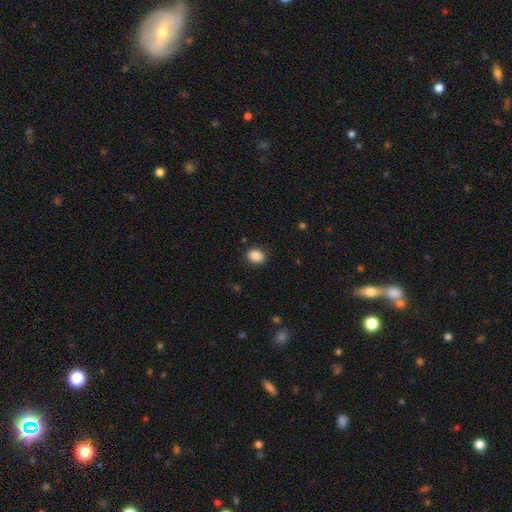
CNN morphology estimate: The model was most divided on "how rounded": in between: 69%, round: 30%, cigar-shaped: 1%. More confident: smooth or featured — smooth (88%); merging — none (87%).